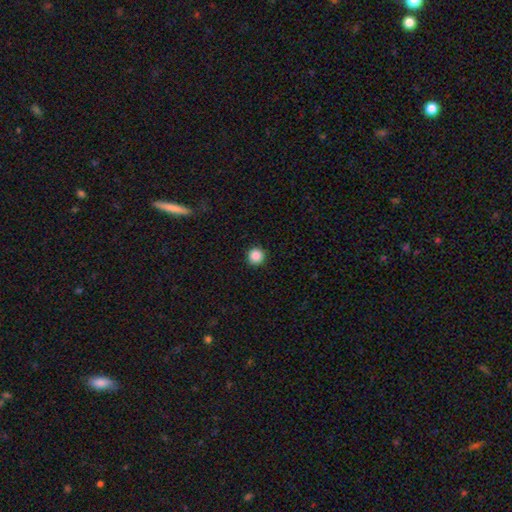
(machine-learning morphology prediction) The model was most divided on "smooth or featured": smooth: 88%, star or artifact: 10%, featured or disk: 2%. More confident: how rounded — round (96%); merging — none (92%).